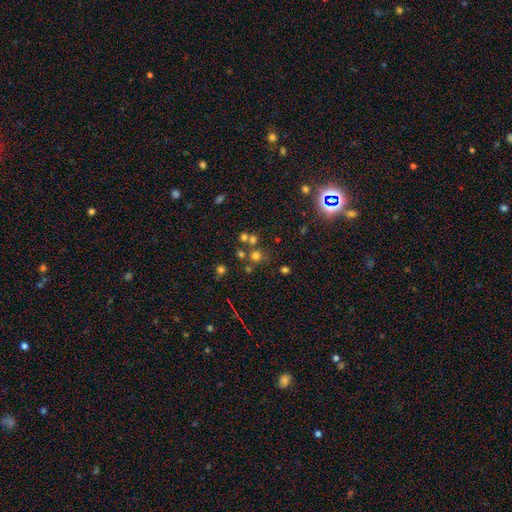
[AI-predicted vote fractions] Smooth or featured: smooth — 60% (star or artifact — 29%)
How rounded: round — 88% (in between — 11%)
Merging: none — 61% (merger — 25%)